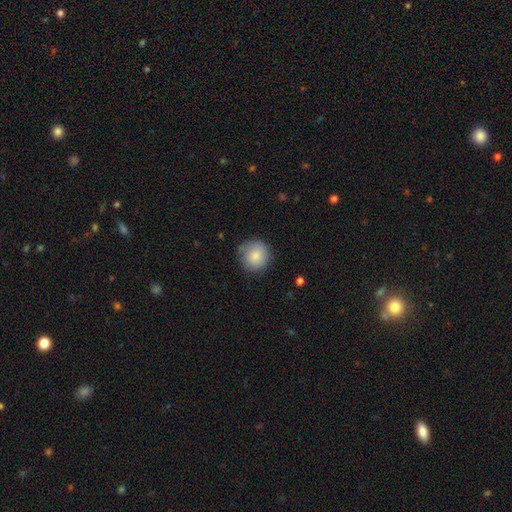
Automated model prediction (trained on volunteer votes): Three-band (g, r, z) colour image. It shows a smooth galaxy with no disk features (85%) that is round (92%). Merging: none (77%).